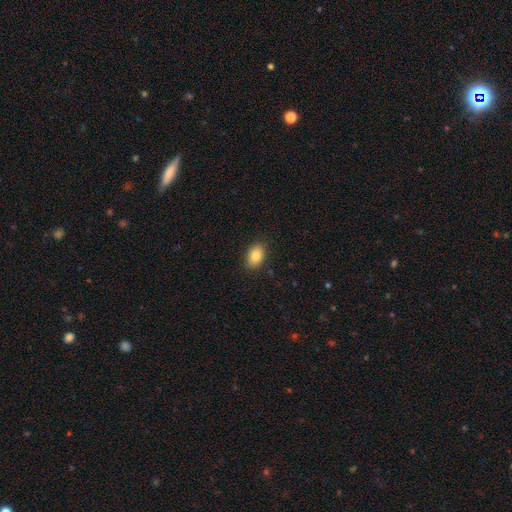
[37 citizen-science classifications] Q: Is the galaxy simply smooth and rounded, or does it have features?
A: smooth — 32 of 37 (86%).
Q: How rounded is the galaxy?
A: in between — 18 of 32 (56%).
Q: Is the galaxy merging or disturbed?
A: none — 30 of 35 (86%).